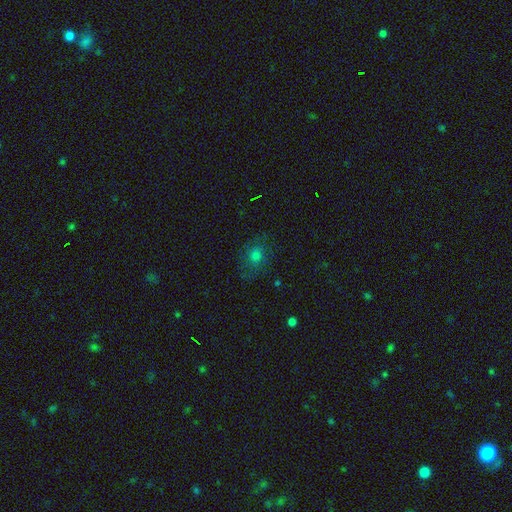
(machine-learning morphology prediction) A smooth galaxy with no disk features (61%) that is round (62%). Merging: none (72%).